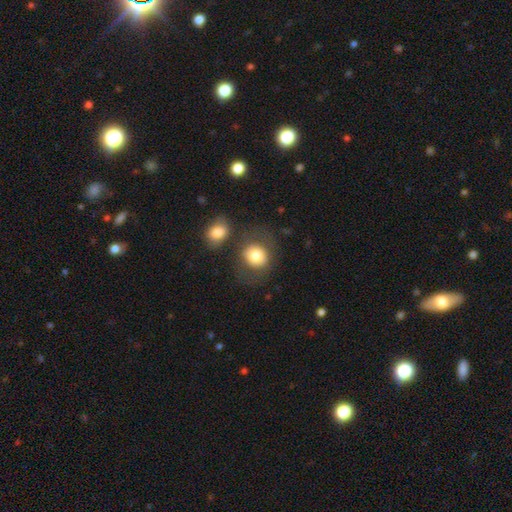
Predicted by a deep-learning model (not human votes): Smooth or featured? smooth (78%)
How rounded? round (73%)
Merging? none (67%)